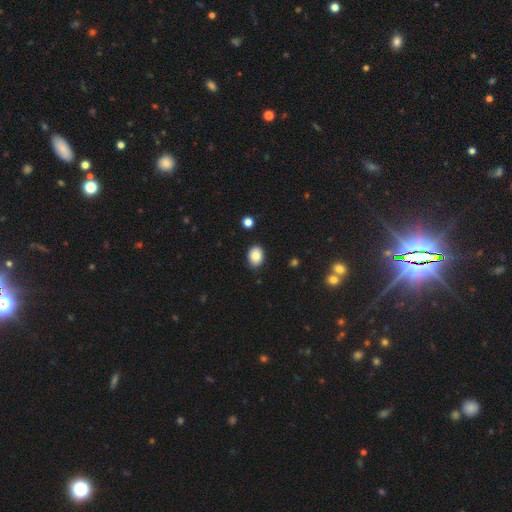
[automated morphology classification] This is clearly a smooth galaxy (86%). How rounded: likely in between (69%). Merging: clearly none (87%).